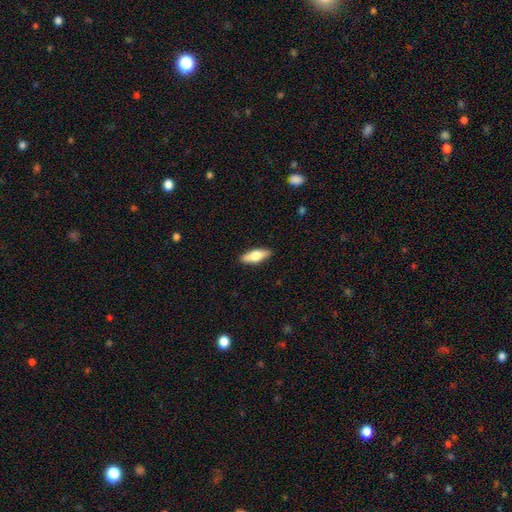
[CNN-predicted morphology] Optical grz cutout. It shows a smooth galaxy with no disk features (65%) that is in between round and cigar-shaped (66%). Merging: none (89%).